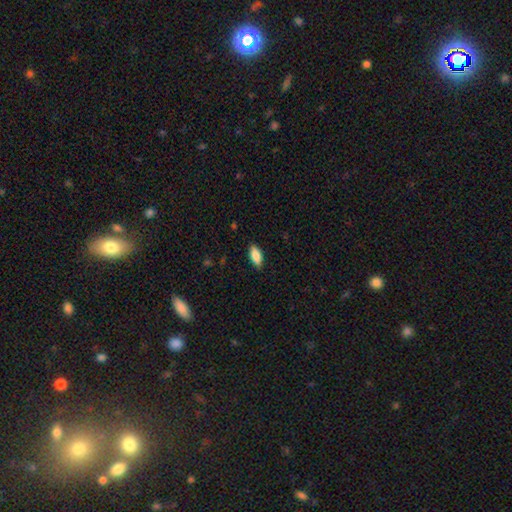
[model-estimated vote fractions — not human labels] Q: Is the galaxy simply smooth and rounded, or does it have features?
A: smooth — 85%.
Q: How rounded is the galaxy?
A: in between — 88%.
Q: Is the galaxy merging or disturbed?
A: none — 86%.